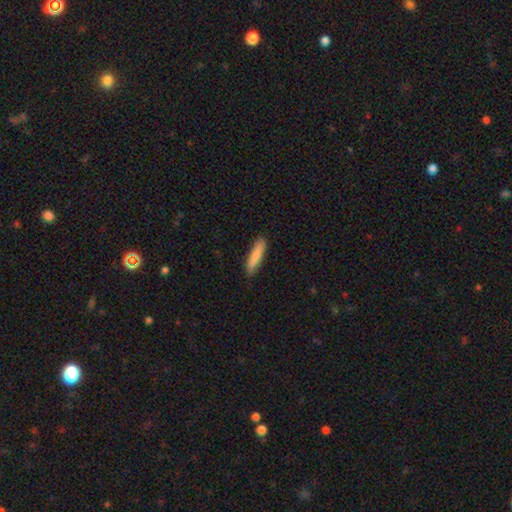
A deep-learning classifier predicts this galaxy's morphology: The model was most divided on "how rounded": cigar-shaped: 85%, in between: 14%, round: 1%. More confident: merging — none (88%); smooth or featured — smooth (84%).